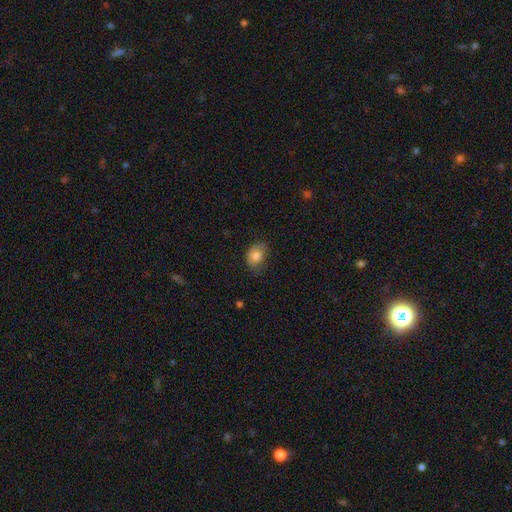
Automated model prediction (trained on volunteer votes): Q: Smooth or featured?
A: smooth (82%); runner-up: featured or disk (9%)
Q: How rounded?
A: in between (69%); runner-up: round (30%)
Q: Merging?
A: none (66%); runner-up: minor disturbance (27%)